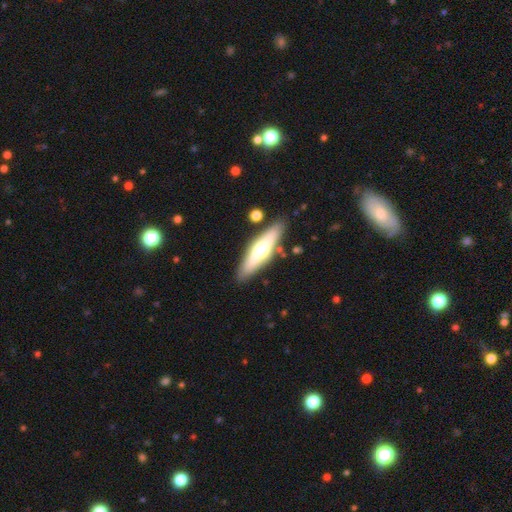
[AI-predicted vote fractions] Morphology: type=featured or disk (49%); merging=none (83%).